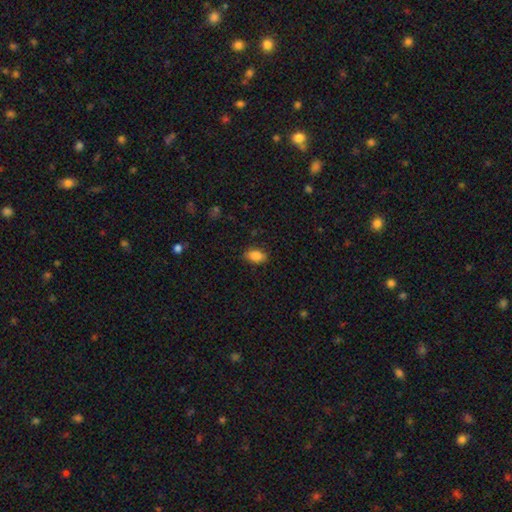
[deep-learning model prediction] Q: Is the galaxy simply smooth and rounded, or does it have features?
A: smooth — 87%.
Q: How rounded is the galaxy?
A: in between — 89%.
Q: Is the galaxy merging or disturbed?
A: none — 83%.